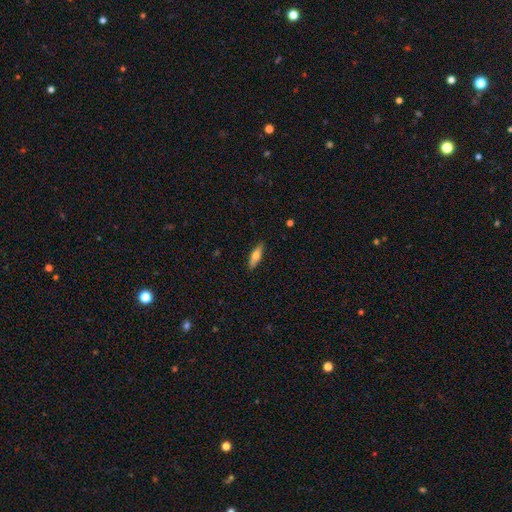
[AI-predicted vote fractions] smooth_or_featured: smooth (p=0.59) [alt: featured or disk p=0.35]
how_rounded: cigar-shaped (p=0.52) [alt: in between p=0.46]
merging: none (p=0.89) [alt: minor disturbance p=0.08]